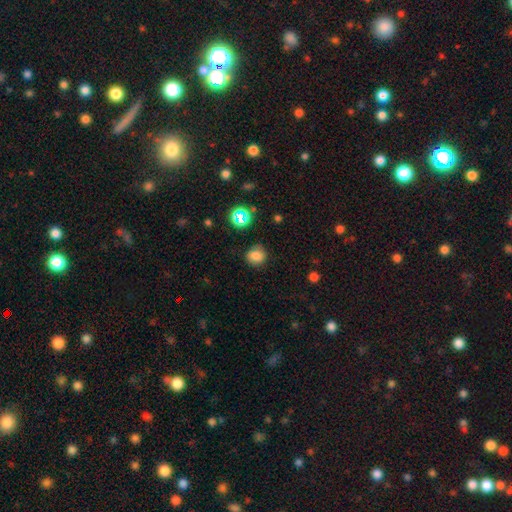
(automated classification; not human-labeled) Smooth or featured?
  - smooth: 77% *
  - star or artifact: 16%
  - featured or disk: 6%
How rounded?
  - round: 77% *
  - in between: 22%
  - cigar-shaped: 1%
Merging?
  - none: 81% *
  - minor disturbance: 13%
  - major disturbance: 4%
  - merger: 2%